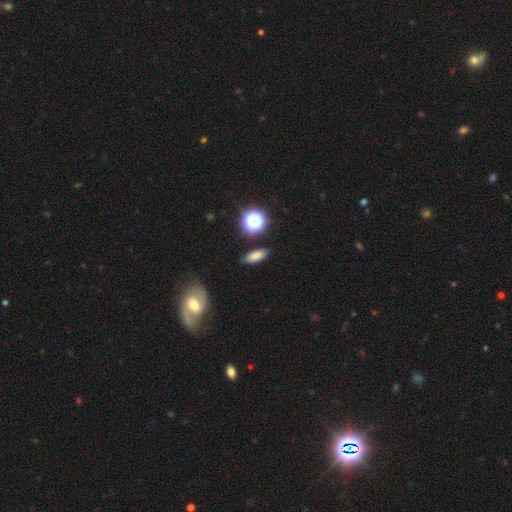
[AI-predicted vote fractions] Overall: smooth (78%). How rounded: in between (68%). Merging: none (86%).